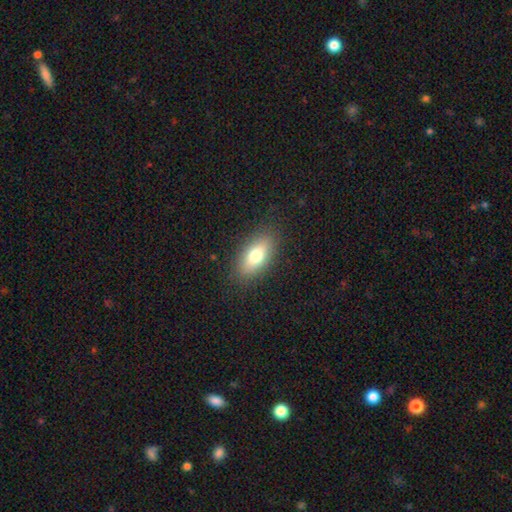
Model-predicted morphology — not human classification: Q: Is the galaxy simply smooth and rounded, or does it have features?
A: smooth — 76%.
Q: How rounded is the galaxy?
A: in between — 86%.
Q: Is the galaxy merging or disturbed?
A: none — 86%.